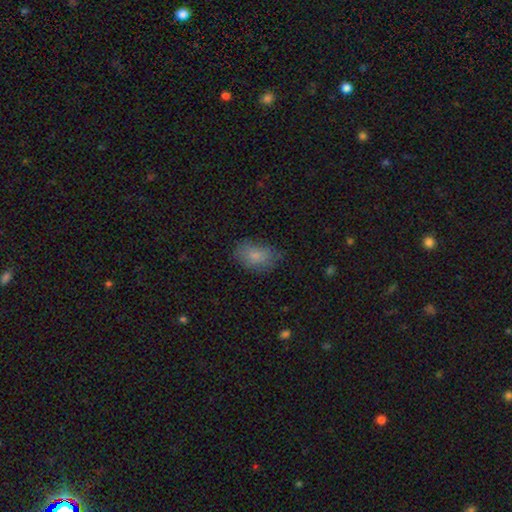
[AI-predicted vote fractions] Morphology: type=smooth (81%); roundness=in between (84%); merging=none (65%).